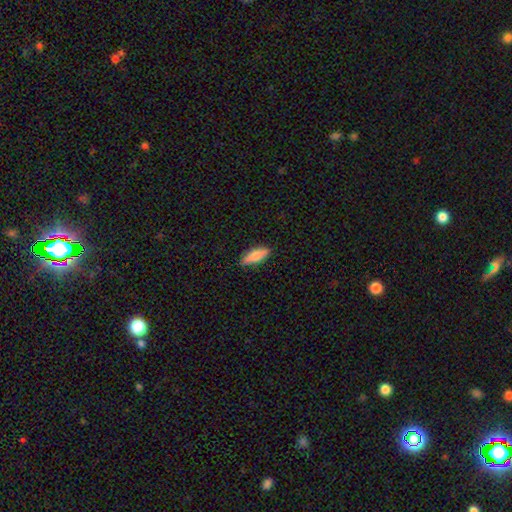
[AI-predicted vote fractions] Morphology: type=smooth (79%); roundness=in between (58%); merging=none (87%).